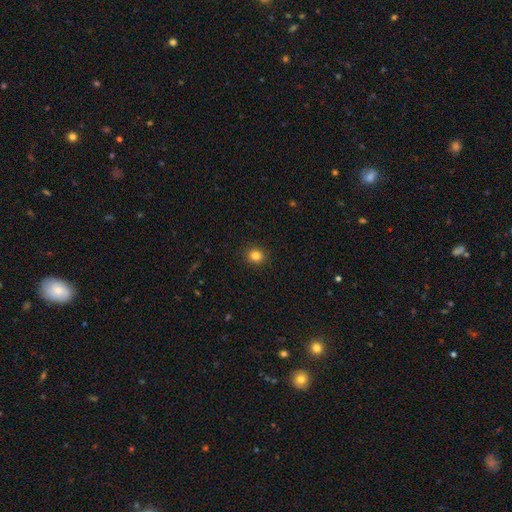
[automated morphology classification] This appears to be a smooth galaxy with no disk features (83%) that is round (82%). Merging: none (92%).